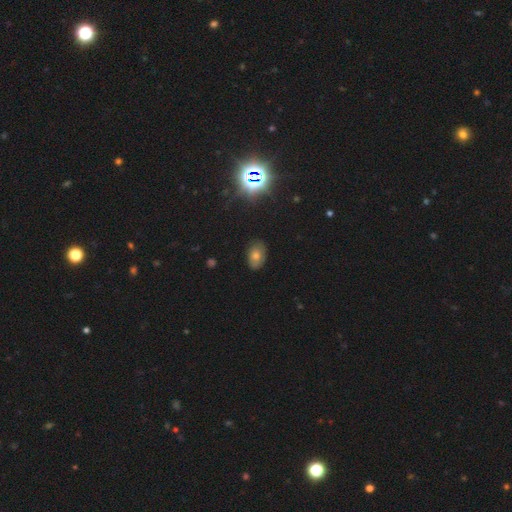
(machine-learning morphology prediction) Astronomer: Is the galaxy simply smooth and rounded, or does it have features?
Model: smooth — 62%.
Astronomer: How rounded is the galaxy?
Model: in between — 84%.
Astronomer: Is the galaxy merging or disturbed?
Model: none — 81%.